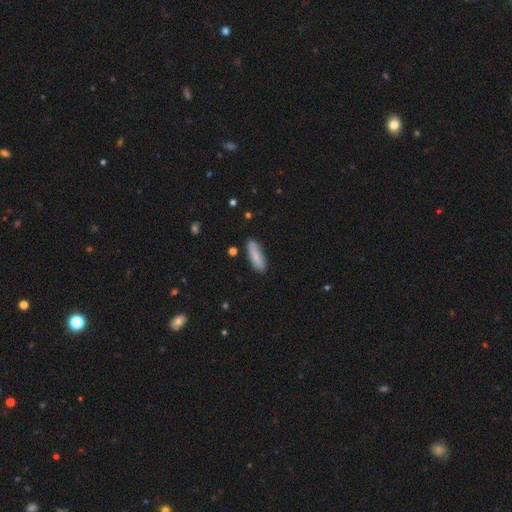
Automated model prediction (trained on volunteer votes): Smooth or featured? Predicted: smooth (p=0.79). How rounded? Predicted: in between (p=0.49, tied with cigar-shaped). Merging? Predicted: none (p=0.83).